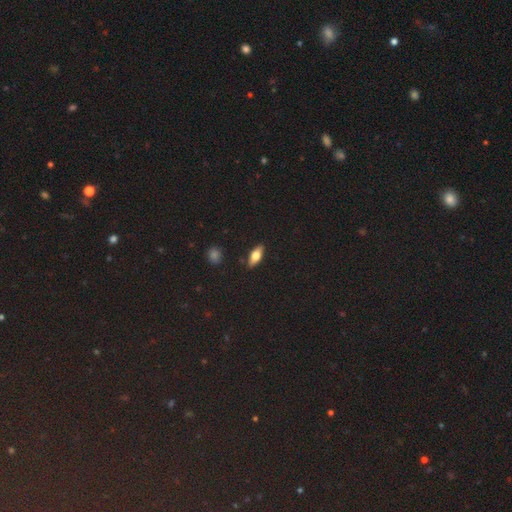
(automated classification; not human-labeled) A smooth galaxy with no disk features (59%) that is in between round and cigar-shaped (70%).

Vote fractions:
- Smooth or featured? smooth: 59% / featured or disk: 34% / star or artifact: 8%
- How rounded? in between: 70% / cigar-shaped: 26% / round: 4%
- Merging? none: 88% / minor disturbance: 8% / major disturbance: 2% / merger: 2%